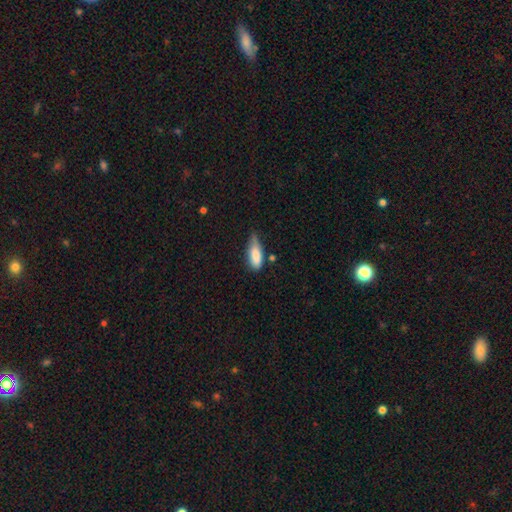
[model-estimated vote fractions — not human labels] This appears to be a smooth galaxy with no disk features (83%) that is in between round and cigar-shaped (71%). Merging: minor disturbance (47%).